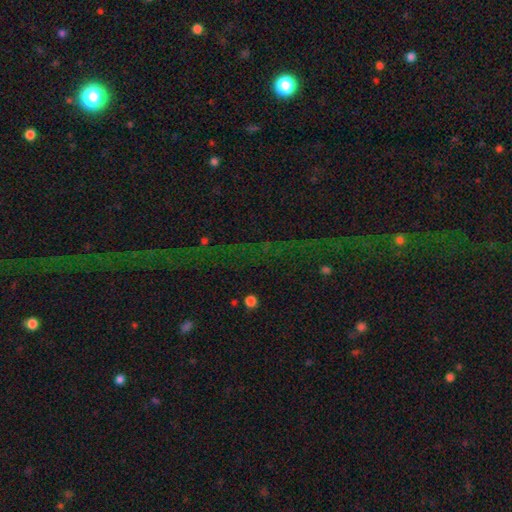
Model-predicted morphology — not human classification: smooth-or-featured: star or artifact: 75% | featured or disk: 14% | smooth: 11%